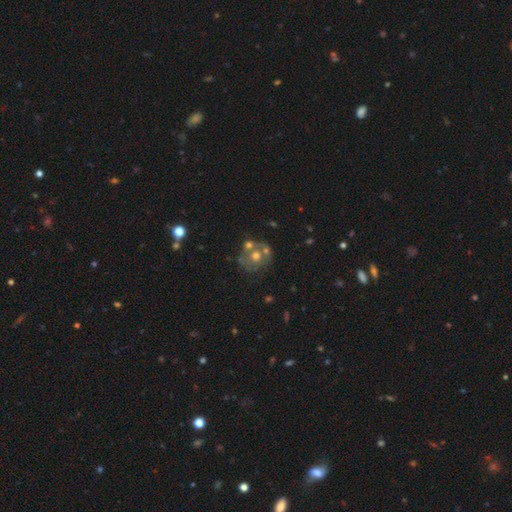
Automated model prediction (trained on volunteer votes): featured or disk 57%, smooth 34%, star or artifact 9%. Down the decision tree: edge-on disk — no (97%); bar — no (89%); spiral arms — no (74%); bulge size — moderate (72%); merging — none (46%).